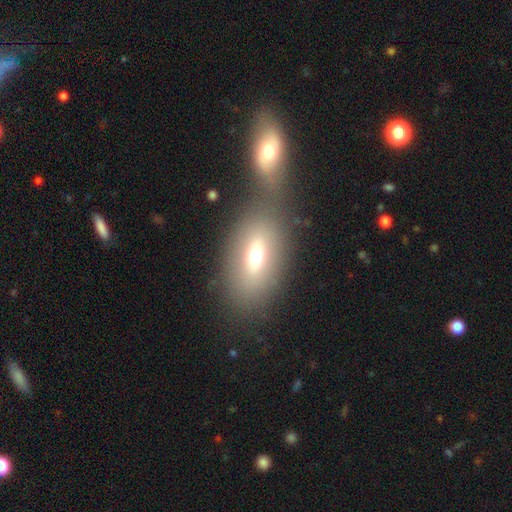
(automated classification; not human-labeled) Smooth or featured?
  - smooth: 65% *
  - featured or disk: 25%
  - star or artifact: 11%
How rounded?
  - in between: 86% *
  - round: 10%
  - cigar-shaped: 5%
Merging?
  - merger: 46% *
  - none: 40%
  - minor disturbance: 9%
  - major disturbance: 5%